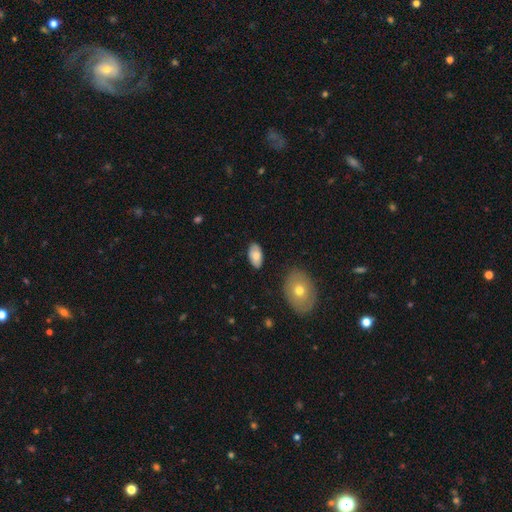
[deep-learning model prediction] Smooth or featured?
  - smooth: 78% *
  - featured or disk: 16%
  - star or artifact: 6%
How rounded?
  - in between: 95% *
  - round: 3%
  - cigar-shaped: 2%
Merging?
  - none: 84% *
  - minor disturbance: 12%
  - major disturbance: 2%
  - merger: 2%